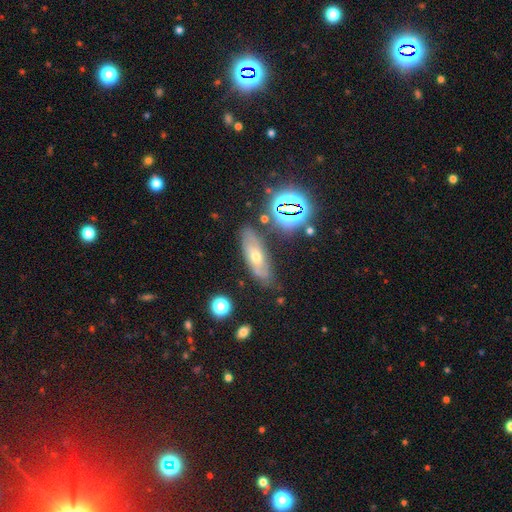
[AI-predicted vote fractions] This is possibly a featured or disk galaxy (53%). It is likely not viewed edge-on (73%). Merging: likely none (70%).